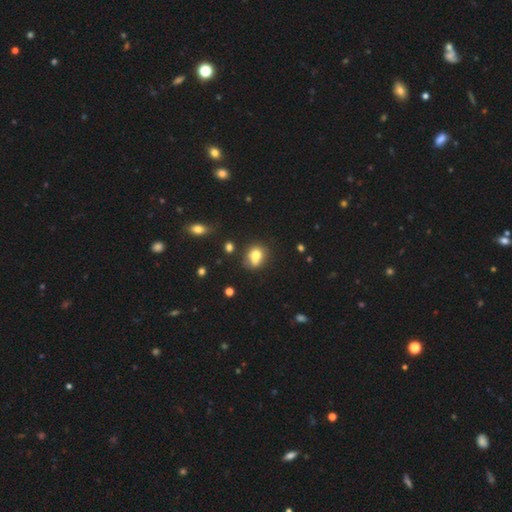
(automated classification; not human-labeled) Smooth or featured? Predicted: smooth (p=0.73). How rounded? Predicted: in between (p=0.56). Merging? Predicted: none (p=0.48).